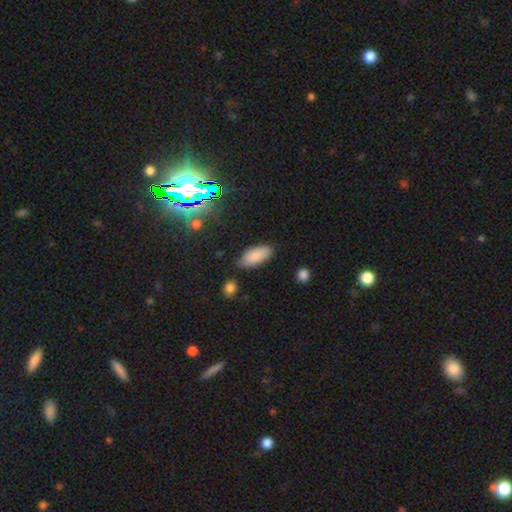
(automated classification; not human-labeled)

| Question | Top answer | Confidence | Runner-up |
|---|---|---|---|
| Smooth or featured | smooth | 85% | star or artifact (8%) |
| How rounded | in between | 86% | cigar-shaped (12%) |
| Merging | none | 79% | minor disturbance (16%) |